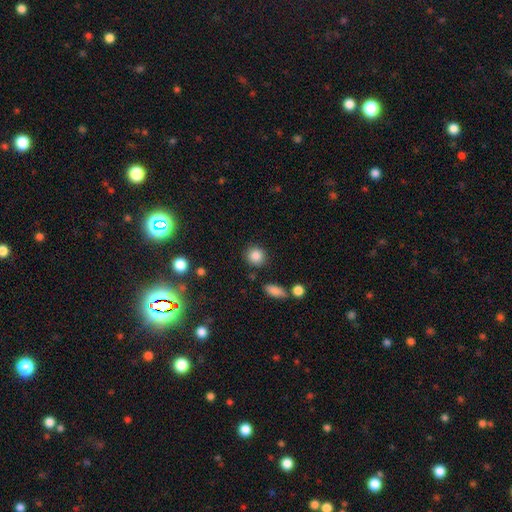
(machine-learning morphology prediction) A smooth galaxy with no disk features (86%) that is round (86%).

Vote fractions:
- Smooth or featured? smooth: 86% / star or artifact: 9% / featured or disk: 5%
- How rounded? round: 86% / in between: 12% / cigar-shaped: 1%
- Merging? none: 85% / minor disturbance: 9% / merger: 4% / major disturbance: 3%